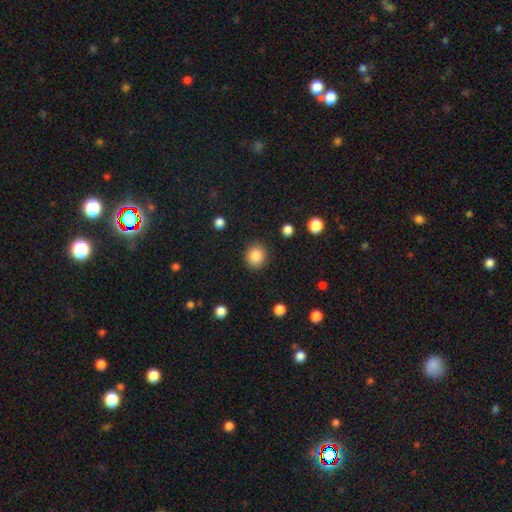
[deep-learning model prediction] smooth_or_featured: smooth (p=0.87) [alt: star or artifact p=0.09]
how_rounded: round (p=0.84) [alt: in between p=0.15]
merging: none (p=0.88) [alt: minor disturbance p=0.07]